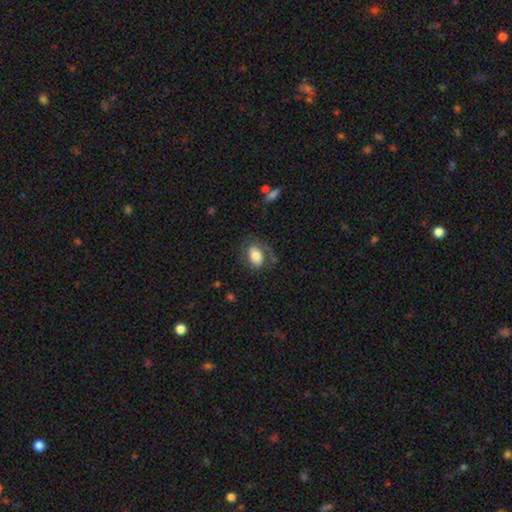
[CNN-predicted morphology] Smooth or featured? Predicted: smooth (p=0.57). How rounded? Predicted: in between (p=0.83). Merging? Predicted: none (p=0.58).